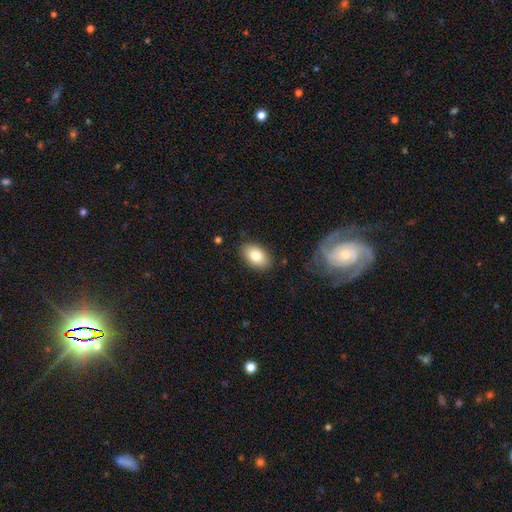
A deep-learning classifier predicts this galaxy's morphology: This is clearly a smooth galaxy (82%). How rounded: clearly in between (90%). Merging: clearly none (85%).